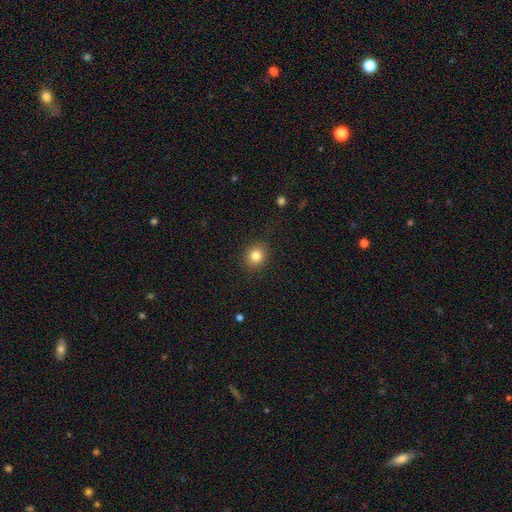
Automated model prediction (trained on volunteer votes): Smooth or featured? smooth (82%)
How rounded? round (79%)
Merging? none (89%)